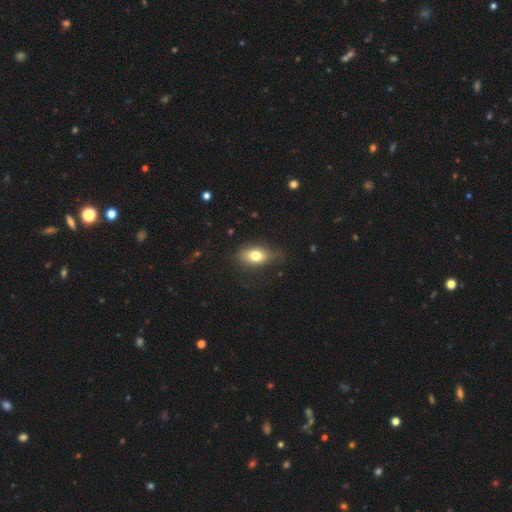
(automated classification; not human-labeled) This appears to be a smooth galaxy with no disk features (76%) that is in between round and cigar-shaped (81%). Merging: none (67%).